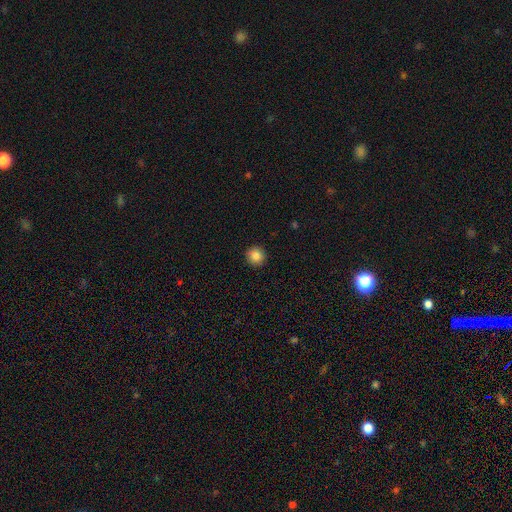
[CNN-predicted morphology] Smooth or featured? Predicted: smooth (p=0.86). How rounded? Predicted: round (p=0.94). Merging? Predicted: none (p=0.92).